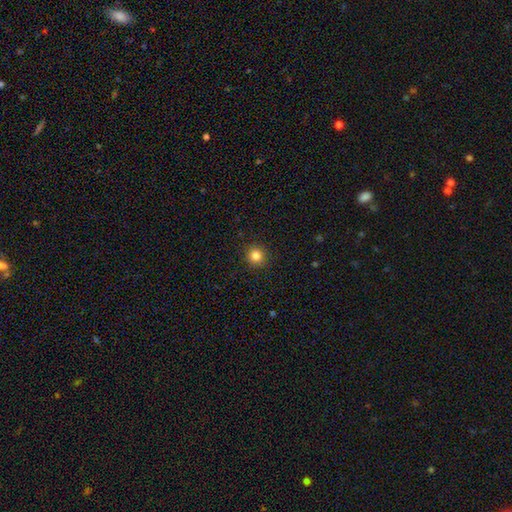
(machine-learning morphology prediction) A smooth galaxy with no disk features (84%) that is round (93%). Merging: none (92%).